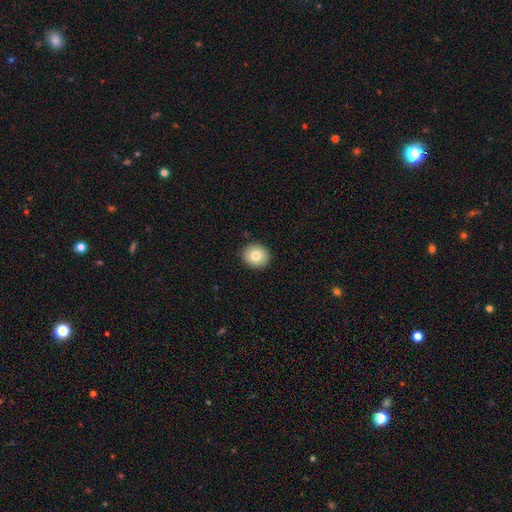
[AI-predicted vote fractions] Morphology: type=smooth (81%); roundness=round (87%); merging=none (91%).